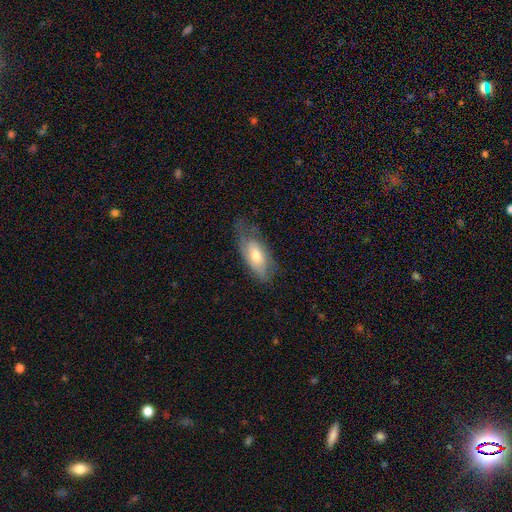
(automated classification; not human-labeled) Smooth or featured? smooth (53%)
How rounded? in between (85%)
Merging? none (48%)